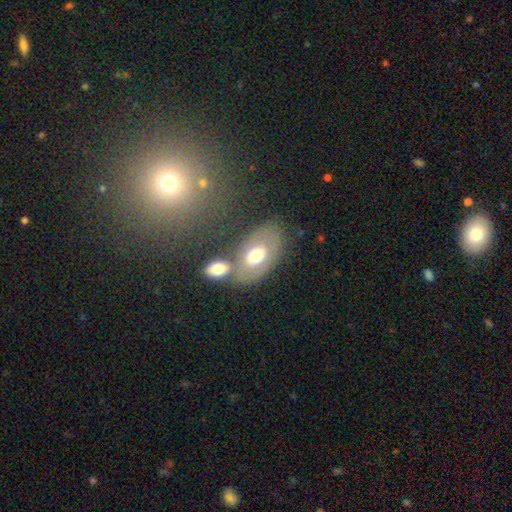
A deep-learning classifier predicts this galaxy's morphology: Smooth or featured? Predicted: smooth (p=0.57). How rounded? Predicted: in between (p=0.90). Merging? Predicted: none (p=0.50).